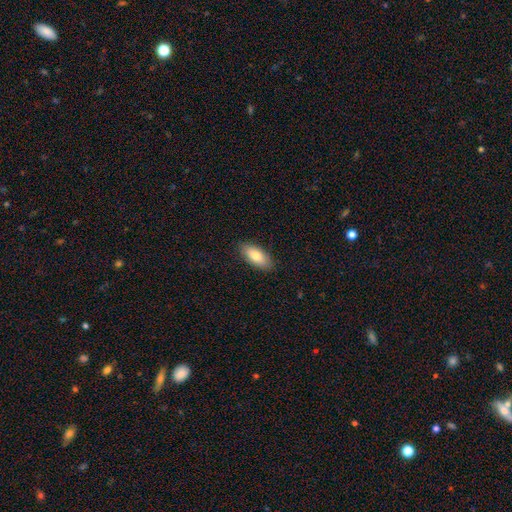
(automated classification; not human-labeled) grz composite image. It shows a smooth galaxy with no disk features (80%) that is in between round and cigar-shaped (87%). Merging: none (88%).